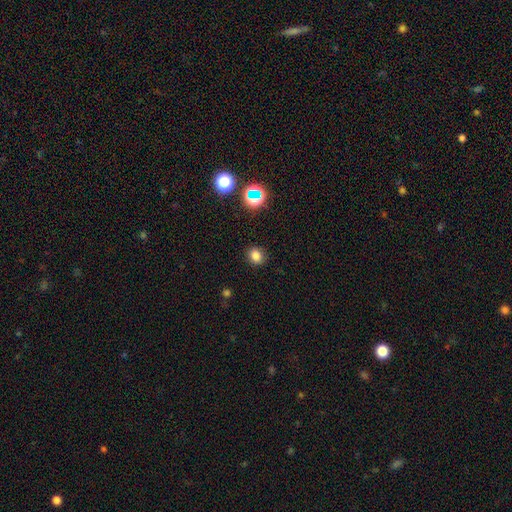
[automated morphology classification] Smooth or featured: smooth — 79% (star or artifact — 16%)
How rounded: round — 64% (in between — 35%)
Merging: none — 89% (minor disturbance — 8%)